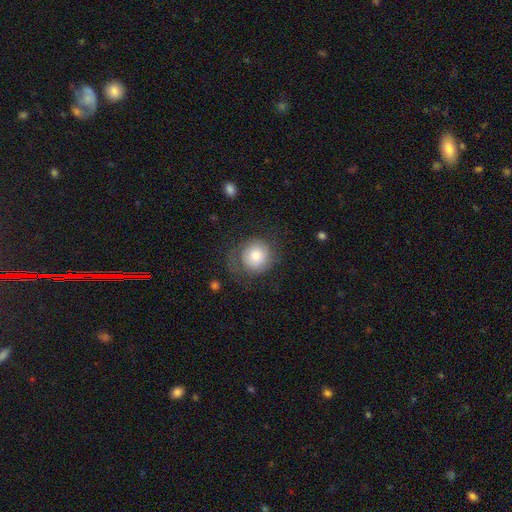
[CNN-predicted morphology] A smooth galaxy with no disk features (72%) that is round (91%).

Vote fractions:
- Smooth or featured? smooth: 72% / featured or disk: 19% / star or artifact: 8%
- How rounded? round: 91% / in between: 8% / cigar-shaped: 1%
- Merging? none: 62% / minor disturbance: 18% / major disturbance: 18% / merger: 2%